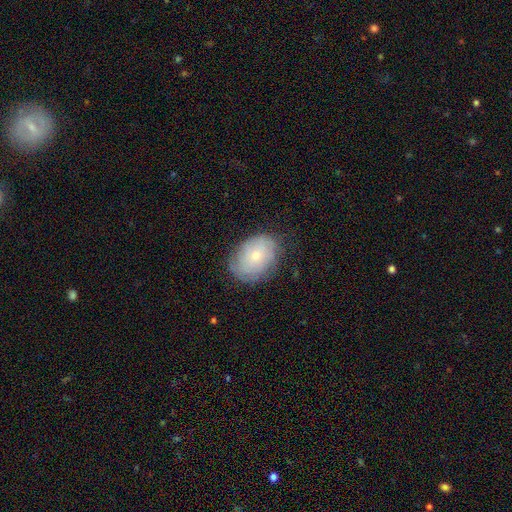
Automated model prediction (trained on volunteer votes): Overall: smooth (52%; featured or disk 40%). How rounded: in between (72%). Merging: none (72%).